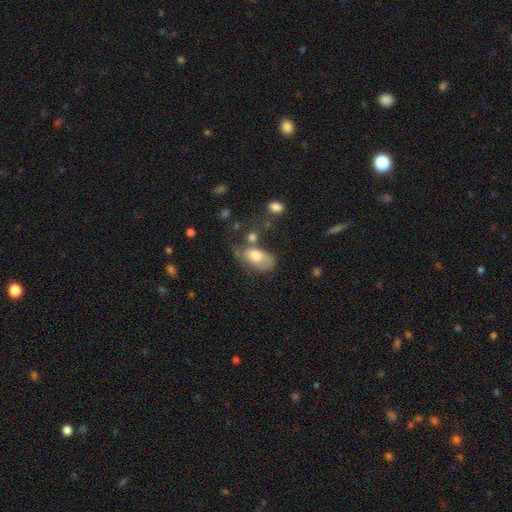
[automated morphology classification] Smooth or featured? smooth (68%)
How rounded? in between (91%)
Merging? none (29%)